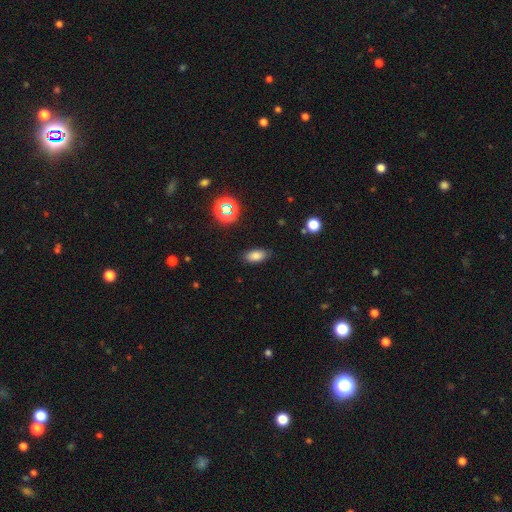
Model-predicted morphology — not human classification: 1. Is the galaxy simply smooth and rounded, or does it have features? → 81% smooth, 13% star or artifact, 6% featured or disk.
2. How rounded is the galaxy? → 90% in between, 6% round, 4% cigar-shaped.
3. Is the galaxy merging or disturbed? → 85% none, 11% minor disturbance, 3% major disturbance, 1% merger.